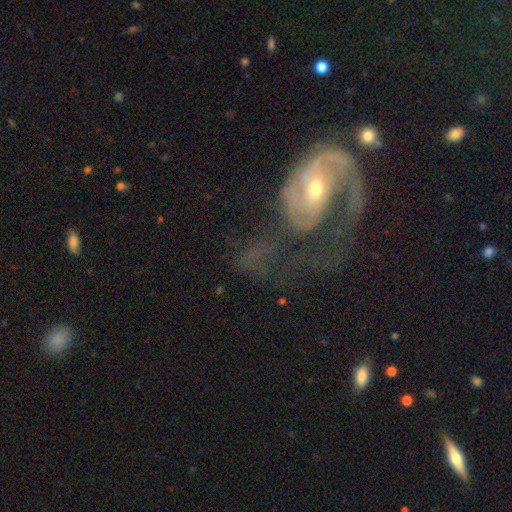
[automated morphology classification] smooth-or-featured: featured or disk: 80% | smooth: 12% | star or artifact: 8%
  disk-edge-on: no: 96% | yes: 4%
    bar: no: 50% | weak: 33% | strong: 17%
    has-spiral-arms: yes: 84% | no: 16%
      spiral-winding: medium: 40% | tight: 33% | loose: 27%
      spiral-arm-count: 2: 43% | 1: 25% | can't tell: 20% | 3: 7% | 4: 3% | more than 4: 3%
    bulge-size: small: 50% | moderate: 45% | large: 2% | none: 1% | dominant: 1%
  merging: major disturbance: 48% | none: 28% | minor disturbance: 16% | merger: 8%